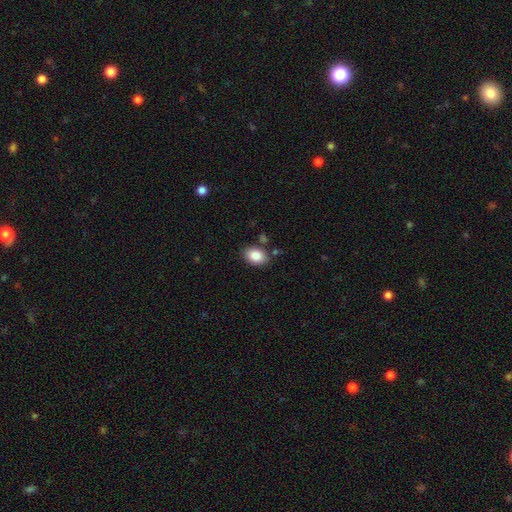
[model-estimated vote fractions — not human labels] Smooth or featured? Predicted: smooth (p=0.86). How rounded? Predicted: in between (p=0.80). Merging? Predicted: none (p=0.81).